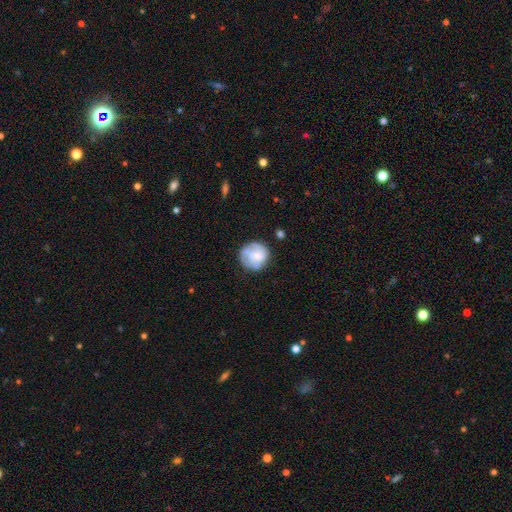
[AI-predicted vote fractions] Smooth or featured?
  - smooth: 53% *
  - featured or disk: 40%
  - star or artifact: 8%
How rounded?
  - round: 88% *
  - in between: 11%
  - cigar-shaped: 1%
Merging?
  - none: 67% *
  - minor disturbance: 21%
  - major disturbance: 9%
  - merger: 3%